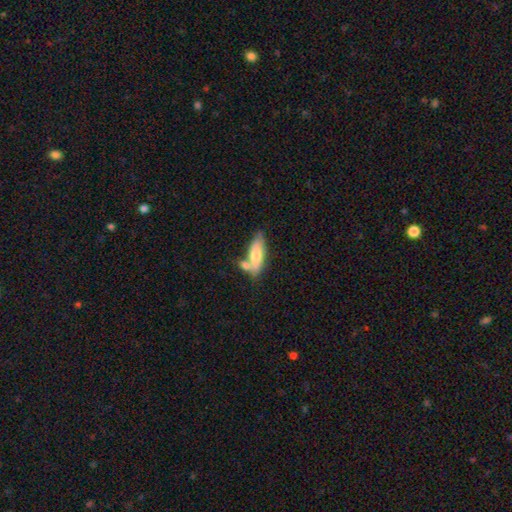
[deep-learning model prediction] Overall: smooth (69%). How rounded: in between (61%; cigar-shaped 36%). Merging: none (46%; merger 33%).